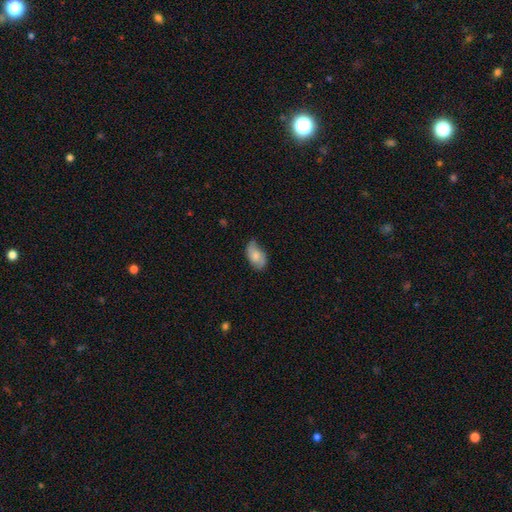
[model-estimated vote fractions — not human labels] Q: Smooth or featured?
A: smooth (67%); runner-up: featured or disk (27%)
Q: How rounded?
A: in between (92%); runner-up: round (6%)
Q: Merging?
A: none (58%); runner-up: minor disturbance (33%)